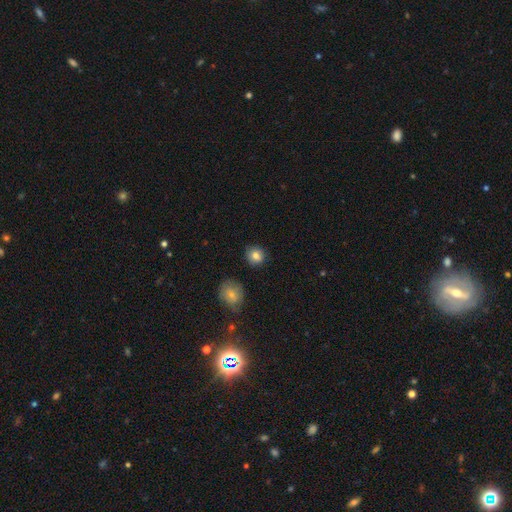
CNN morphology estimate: Overall: smooth (83%). How rounded: round (88%). Merging: none (88%).